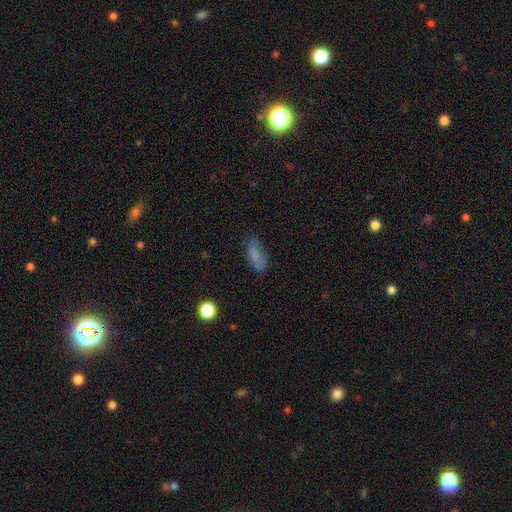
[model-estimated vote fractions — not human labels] This is likely a smooth galaxy (76%). How rounded: likely in between (73%). Merging: likely none (63%).